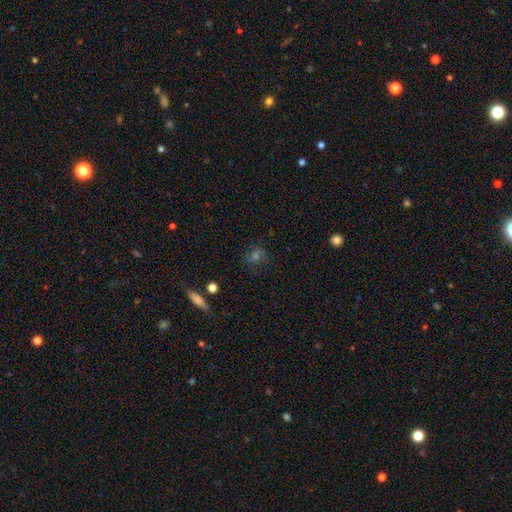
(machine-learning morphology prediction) A smooth galaxy with no disk features (42%). Merging: none (77%).